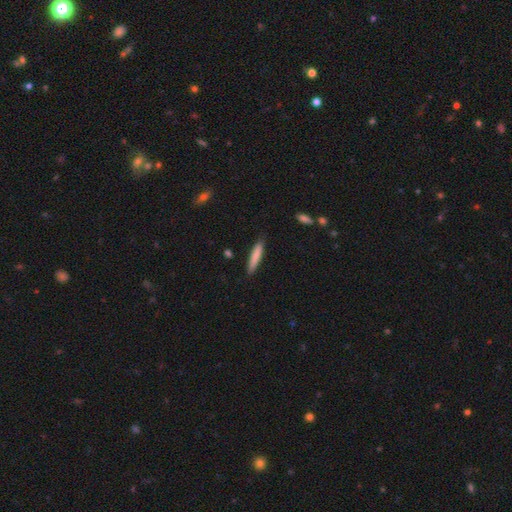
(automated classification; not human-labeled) smooth_or_featured: smooth (p=0.80) [alt: featured or disk p=0.15]
how_rounded: cigar-shaped (p=0.91) [alt: in between p=0.08]
merging: none (p=0.87) [alt: minor disturbance p=0.10]